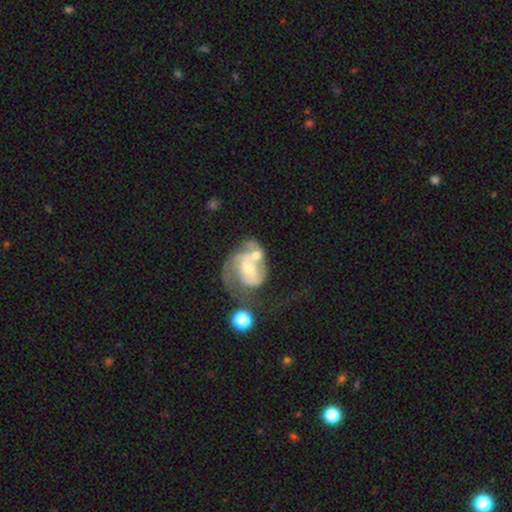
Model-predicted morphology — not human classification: Q: Smooth or featured?
A: featured or disk (67%); runner-up: smooth (25%)
Q: Edge-on disk?
A: no (97%); runner-up: yes (3%)
Q: Bar?
A: no (62%); runner-up: weak (30%)
Q: Spiral arms?
A: yes (59%); runner-up: no (41%)
Q: Bulge size?
A: moderate (53%); runner-up: small (34%)
Q: Merging?
A: merger (47%); runner-up: major disturbance (26%)